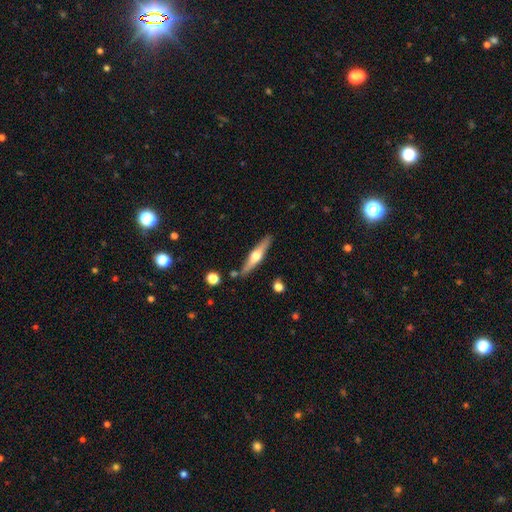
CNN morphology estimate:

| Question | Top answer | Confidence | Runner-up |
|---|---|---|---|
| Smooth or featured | featured or disk | 59% | smooth (36%) |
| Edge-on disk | yes | 95% | no (5%) |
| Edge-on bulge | rounded | 92% | none (4%) |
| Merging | none | 83% | minor disturbance (11%) |